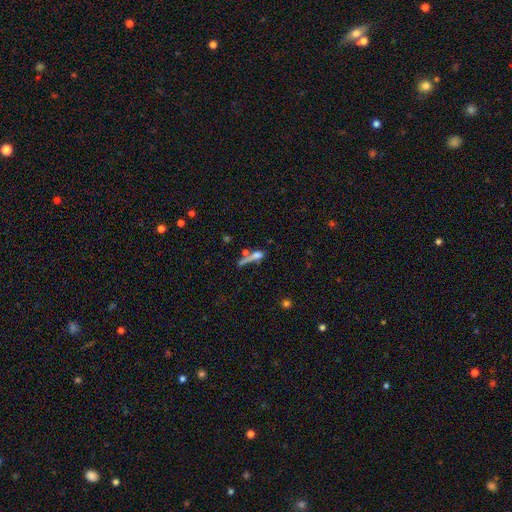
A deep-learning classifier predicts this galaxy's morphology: The model was most divided on "merging": none: 41%, merger: 28%, major disturbance: 16%, minor disturbance: 15%. More confident: how rounded — cigar-shaped (63%); smooth or featured — smooth (54%).